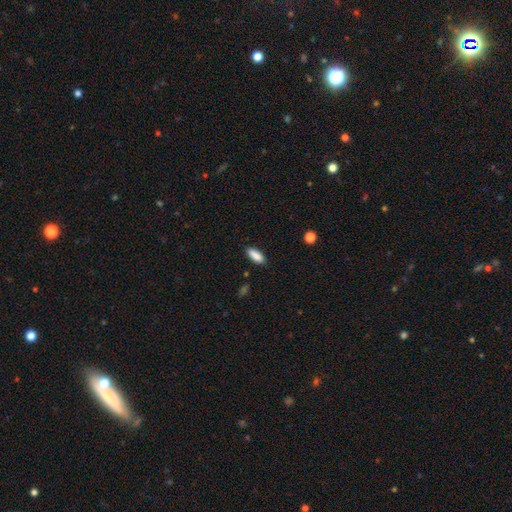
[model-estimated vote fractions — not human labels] smooth_or_featured: smooth (p=0.88) [alt: star or artifact p=0.07]
how_rounded: in between (p=0.69) [alt: cigar-shaped p=0.29]
merging: none (p=0.85) [alt: minor disturbance p=0.11]